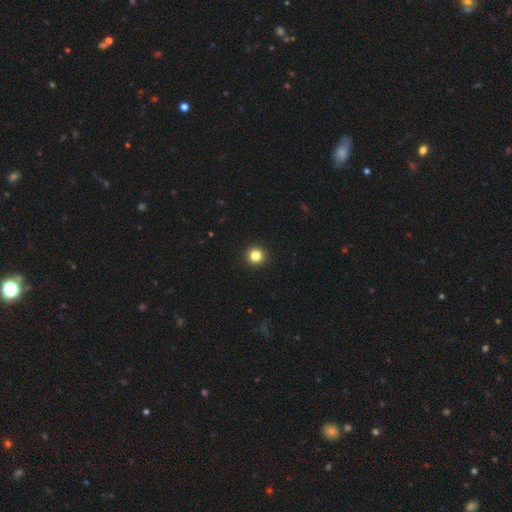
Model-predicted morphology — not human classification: smooth 83%, star or artifact 12%, featured or disk 4%. Down the decision tree: how rounded — round (95%); merging — none (94%).